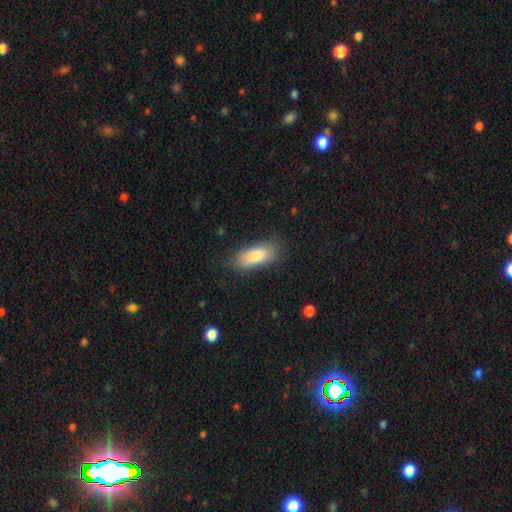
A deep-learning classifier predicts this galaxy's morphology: smooth_or_featured: smooth (p=0.85) [alt: featured or disk p=0.08]
how_rounded: in between (p=0.80) [alt: cigar-shaped p=0.17]
merging: none (p=0.79) [alt: minor disturbance p=0.15]